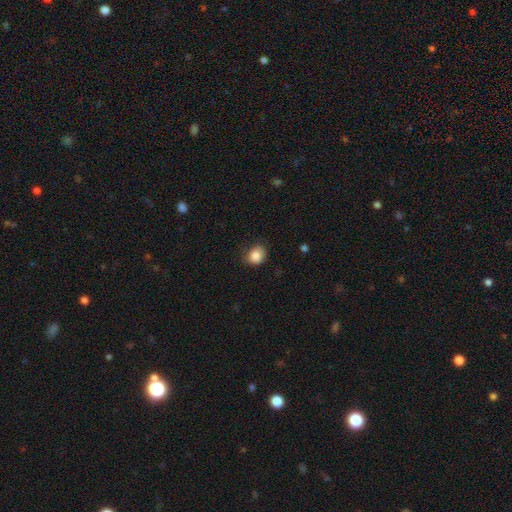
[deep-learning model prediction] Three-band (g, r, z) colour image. It shows a smooth galaxy with no disk features (86%) that is round (66%). Merging: none (69%).